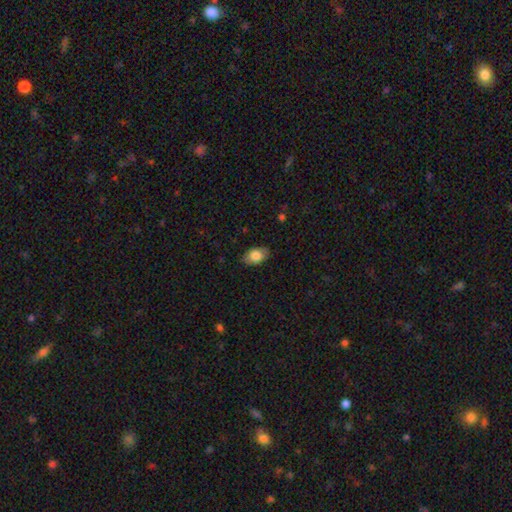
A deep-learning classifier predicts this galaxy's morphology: Overall: smooth (82%). How rounded: in between (89%). Merging: none (84%).